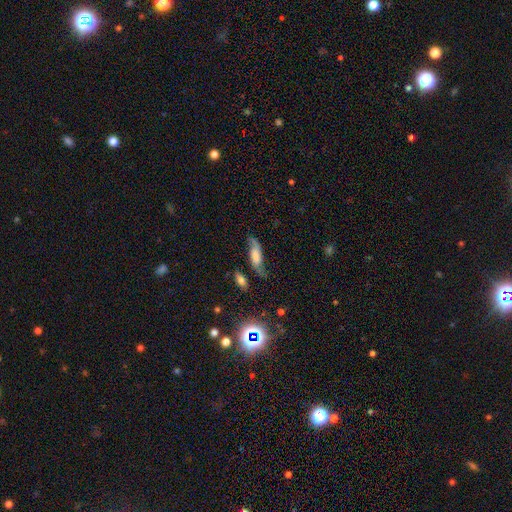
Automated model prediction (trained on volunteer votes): Q: Smooth or featured?
A: featured or disk (52%); runner-up: smooth (38%)
Q: Edge-on disk?
A: no (80%); runner-up: yes (20%)
Q: Merging?
A: none (55%); runner-up: minor disturbance (26%)